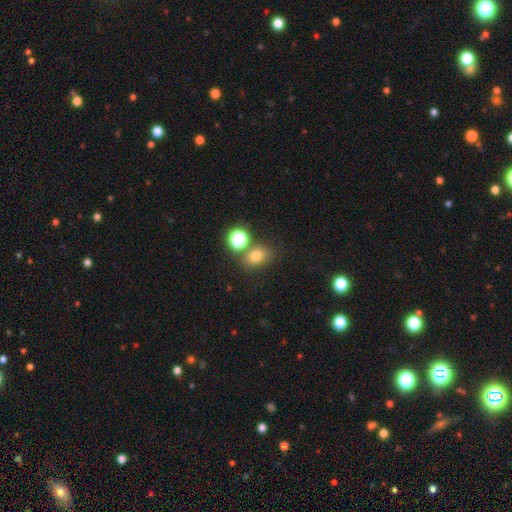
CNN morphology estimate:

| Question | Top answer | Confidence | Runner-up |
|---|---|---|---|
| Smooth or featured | smooth | 74% | star or artifact (18%) |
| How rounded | in between | 53% | round (46%) |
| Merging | none | 66% | merger (18%) |